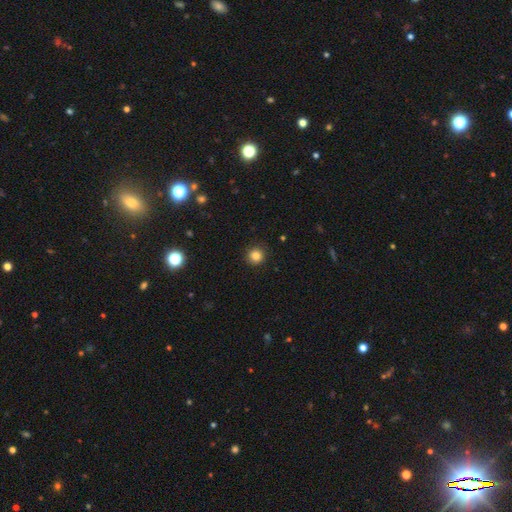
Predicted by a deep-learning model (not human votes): Q: Smooth or featured?
A: smooth (84%); runner-up: star or artifact (12%)
Q: How rounded?
A: round (94%); runner-up: in between (5%)
Q: Merging?
A: none (90%); runner-up: minor disturbance (7%)